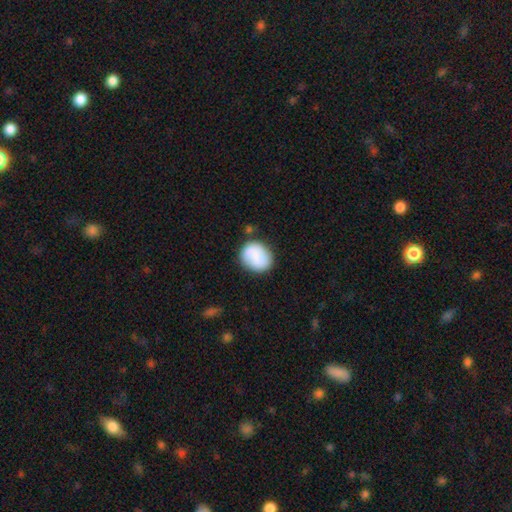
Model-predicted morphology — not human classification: smooth-or-featured: smooth: 78% | featured or disk: 16% | star or artifact: 7%
  how-rounded: round: 68% | in between: 31% | cigar-shaped: 1%
  merging: none: 75% | minor disturbance: 17% | major disturbance: 5% | merger: 4%